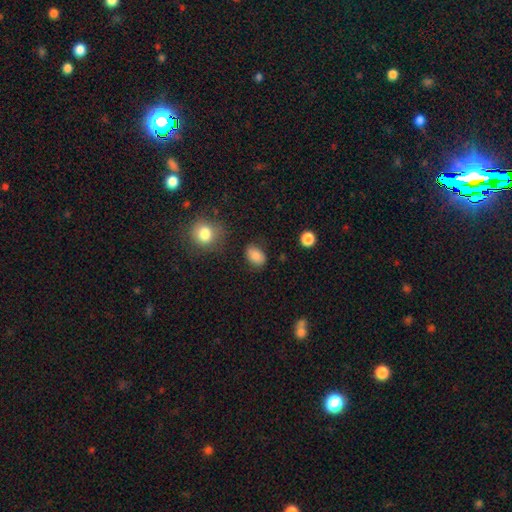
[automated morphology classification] Smooth or featured: smooth — 84% (star or artifact — 9%)
How rounded: in between — 79% (round — 20%)
Merging: none — 79% (minor disturbance — 14%)